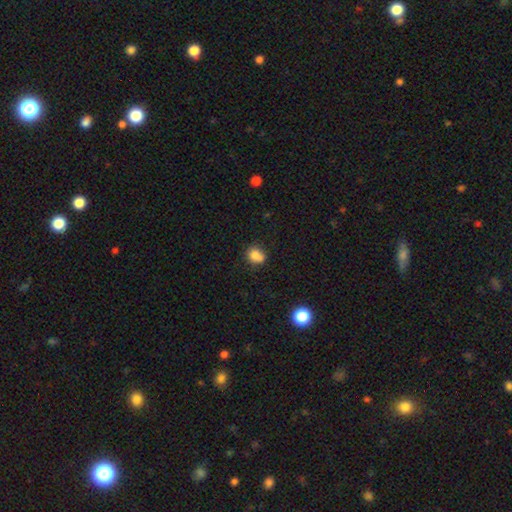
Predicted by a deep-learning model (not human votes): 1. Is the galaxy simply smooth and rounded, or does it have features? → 78% smooth, 11% star or artifact, 11% featured or disk.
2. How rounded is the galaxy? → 62% round, 37% in between, 1% cigar-shaped.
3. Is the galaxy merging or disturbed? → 51% none, 23% merger, 20% minor disturbance, 6% major disturbance.